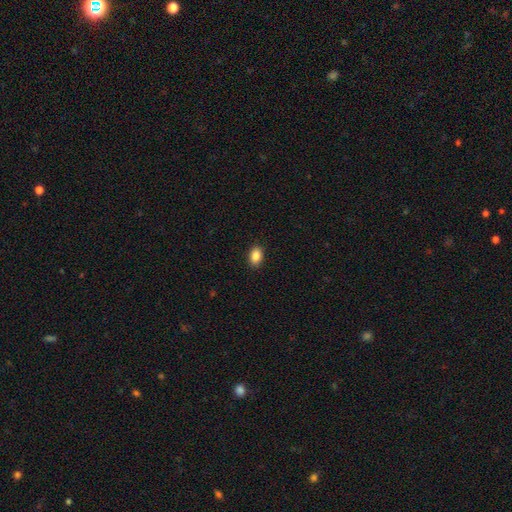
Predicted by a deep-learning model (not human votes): This is clearly a smooth galaxy (88%). How rounded: clearly in between (83%). Merging: clearly none (90%).